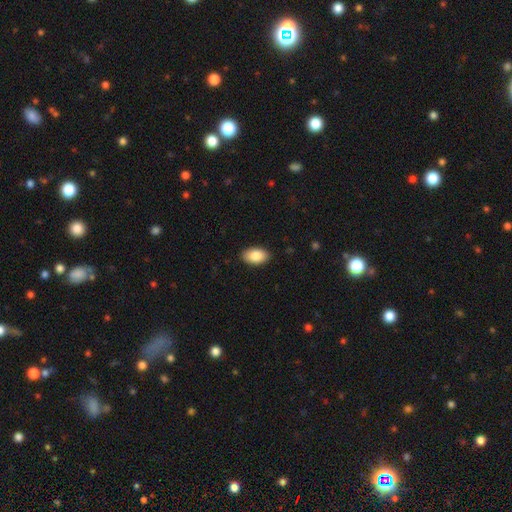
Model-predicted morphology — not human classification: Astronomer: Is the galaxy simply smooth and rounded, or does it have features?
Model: smooth — 87%.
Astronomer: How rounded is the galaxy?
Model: in between — 94%.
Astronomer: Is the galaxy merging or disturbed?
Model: none — 89%.